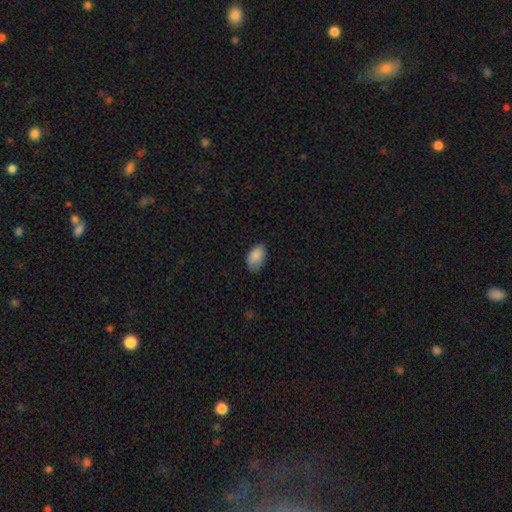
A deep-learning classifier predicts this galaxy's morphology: type=smooth (86%); roundness=in between (92%); merging=none (68%).